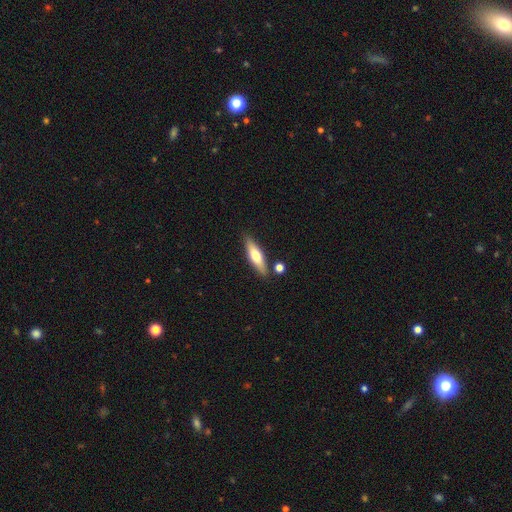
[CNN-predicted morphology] This is possibly a smooth galaxy (59%). How rounded: likely cigar-shaped (64%). Merging: clearly none (81%).